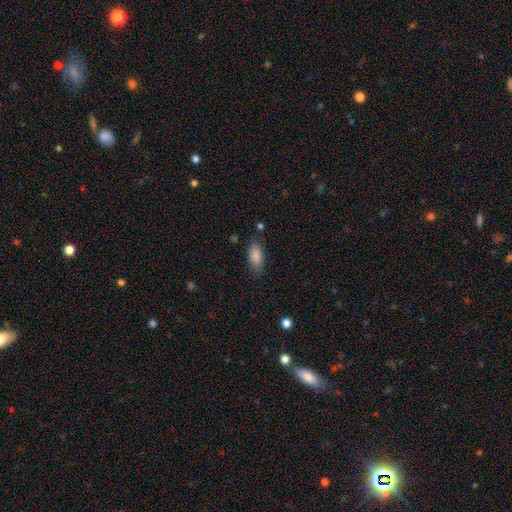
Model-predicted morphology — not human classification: Overall: smooth (85%). How rounded: in between (83%). Merging: none (77%).